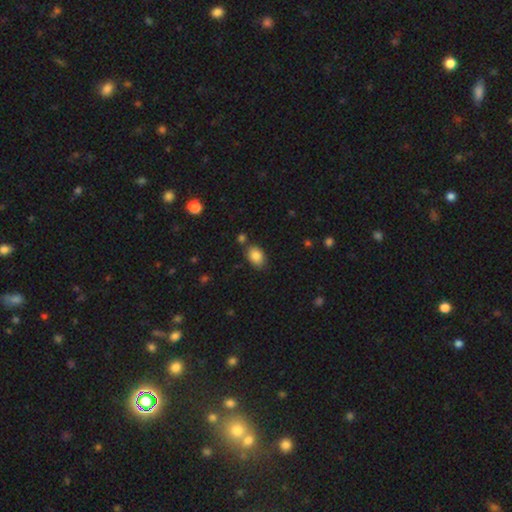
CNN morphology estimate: Smooth or featured? smooth (85%)
How rounded? in between (82%)
Merging? none (74%)